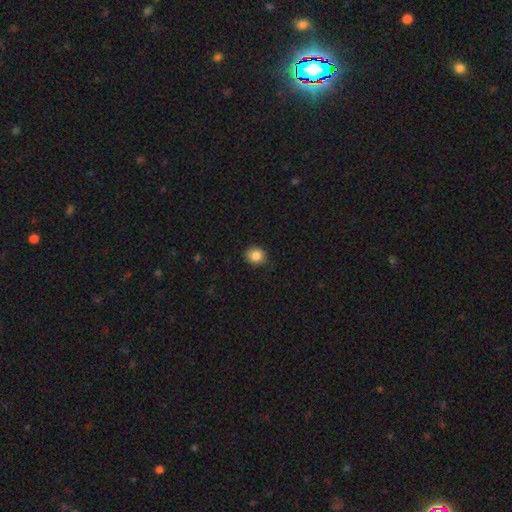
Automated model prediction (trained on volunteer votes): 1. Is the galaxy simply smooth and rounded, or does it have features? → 86% smooth, 9% star or artifact, 5% featured or disk.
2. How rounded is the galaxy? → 70% round, 29% in between, 1% cigar-shaped.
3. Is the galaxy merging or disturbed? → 85% none, 12% minor disturbance, 2% major disturbance, 1% merger.